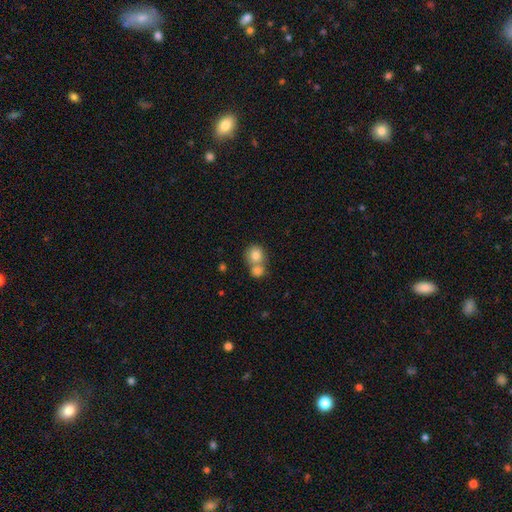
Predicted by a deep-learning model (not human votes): Smooth or featured? smooth (80%)
How rounded? round (83%)
Merging? merger (53%)